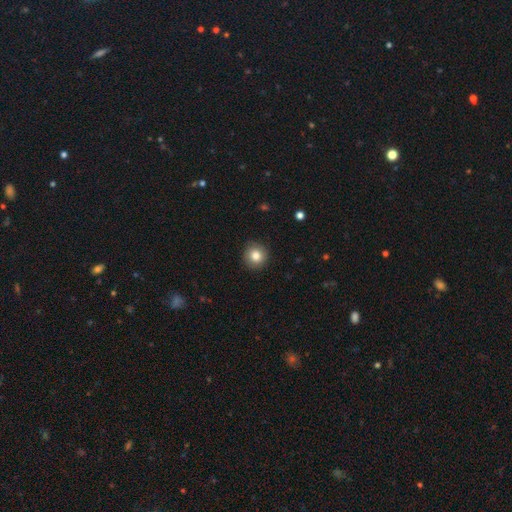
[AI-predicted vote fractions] smooth-or-featured: smooth: 82% | star or artifact: 9% | featured or disk: 9%
  how-rounded: round: 92% | in between: 7% | cigar-shaped: 1%
  merging: none: 87% | minor disturbance: 10% | major disturbance: 2% | merger: 1%